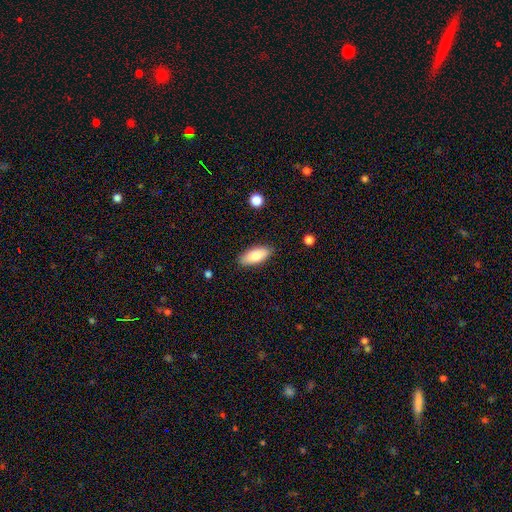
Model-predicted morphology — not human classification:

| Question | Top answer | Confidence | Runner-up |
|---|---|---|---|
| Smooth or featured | smooth | 84% | featured or disk (10%) |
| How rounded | in between | 84% | cigar-shaped (14%) |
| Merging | none | 86% | minor disturbance (10%) |